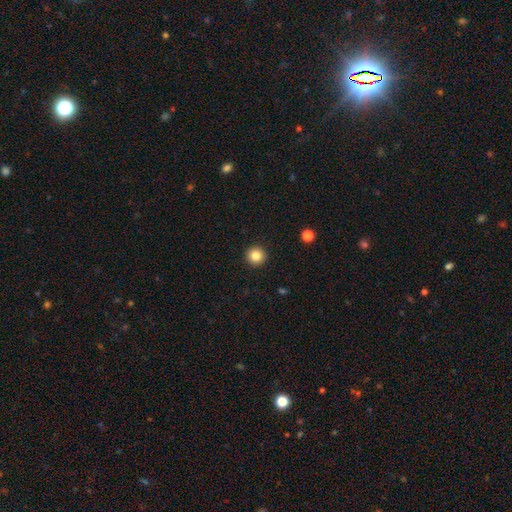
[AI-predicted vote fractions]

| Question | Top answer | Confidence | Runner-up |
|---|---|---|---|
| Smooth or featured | smooth | 84% | star or artifact (11%) |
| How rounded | round | 96% | in between (4%) |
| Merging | none | 94% | minor disturbance (4%) |